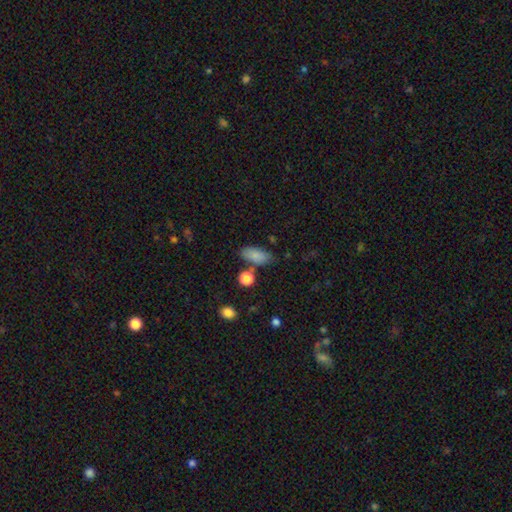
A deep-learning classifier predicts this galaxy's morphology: This appears to be a smooth galaxy with no disk features (83%) that is in between round and cigar-shaped (85%). Merging: none (71%).